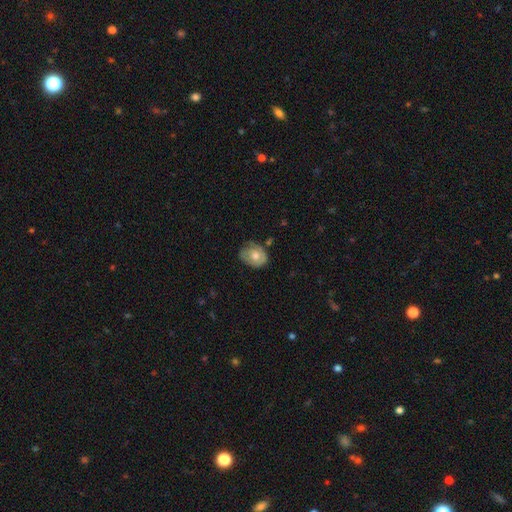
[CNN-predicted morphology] Smooth or featured? Predicted: smooth (p=0.54). How rounded? Predicted: round (p=0.53). Merging? Predicted: none (p=0.58).